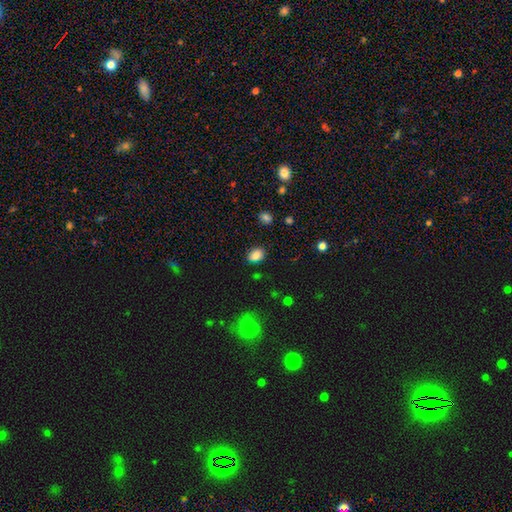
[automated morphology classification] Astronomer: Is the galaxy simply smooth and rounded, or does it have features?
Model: smooth — 82%.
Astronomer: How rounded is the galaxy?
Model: in between — 73%.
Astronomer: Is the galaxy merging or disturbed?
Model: none — 79%.